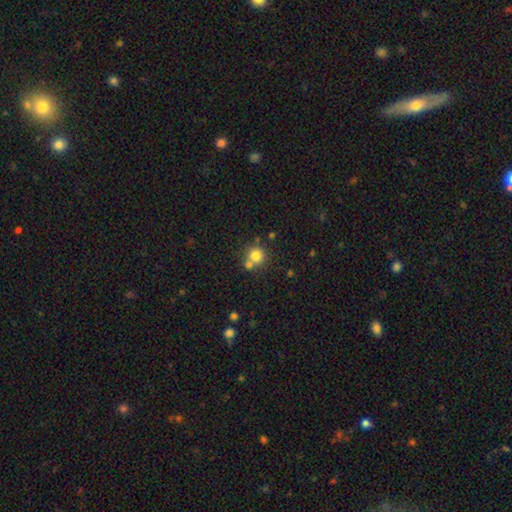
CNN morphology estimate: smooth 79%, star or artifact 12%, featured or disk 9%. Down the decision tree: how rounded — round (92%); merging — none (59%).